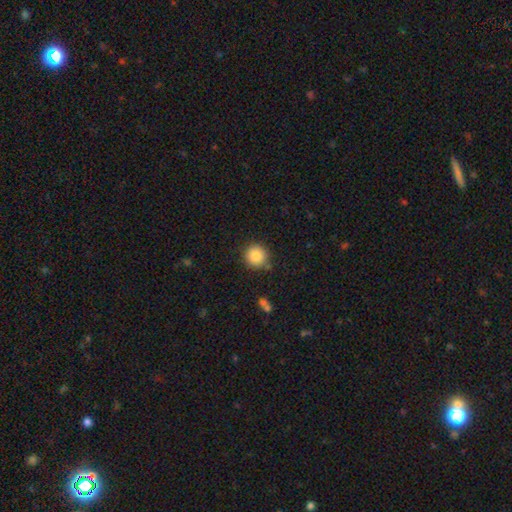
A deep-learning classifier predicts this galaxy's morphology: smooth 85%, star or artifact 10%, featured or disk 6%. Down the decision tree: how rounded — round (93%); merging — none (85%).